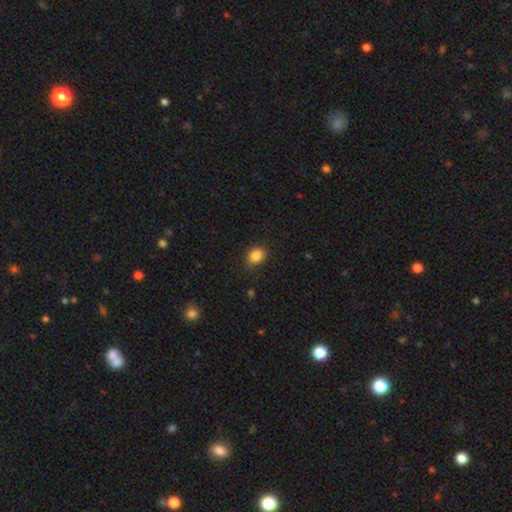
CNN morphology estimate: A smooth galaxy with no disk features (86%) that is in between round and cigar-shaped (57%). Merging: none (81%).